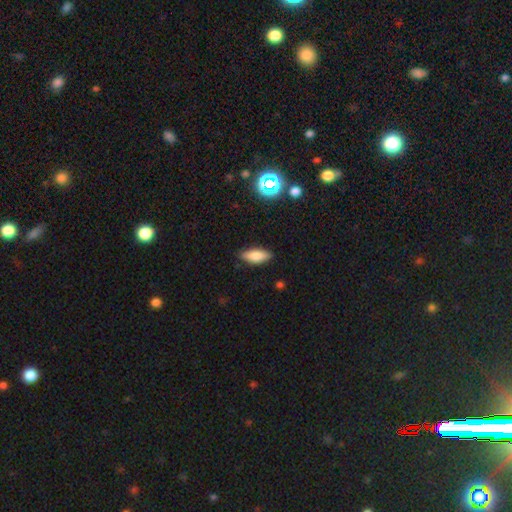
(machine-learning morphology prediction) This appears to be a smooth galaxy with no disk features (79%) that is in between round and cigar-shaped (72%). Merging: none (85%).